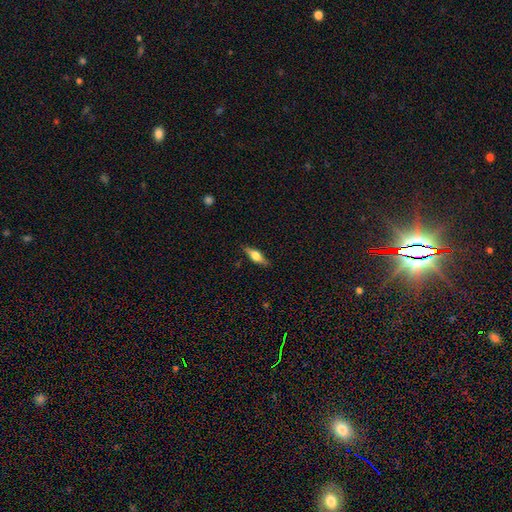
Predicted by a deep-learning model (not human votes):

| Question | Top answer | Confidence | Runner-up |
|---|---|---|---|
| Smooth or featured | featured or disk | 52% | smooth (42%) |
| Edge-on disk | yes | 93% | no (7%) |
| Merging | none | 84% | minor disturbance (12%) |